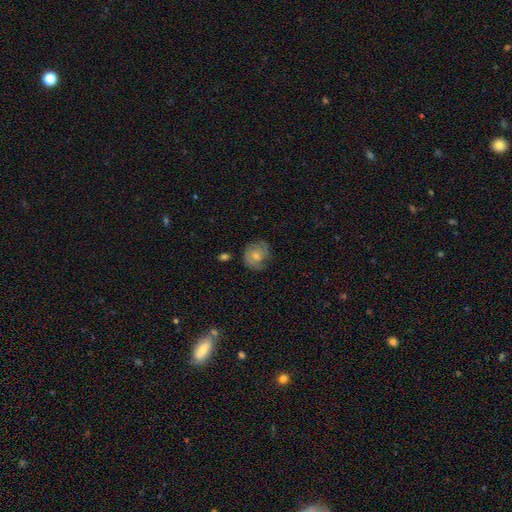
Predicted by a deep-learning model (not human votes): Overall: smooth (56%; featured or disk 36%). How rounded: round (78%). Merging: none (67%).